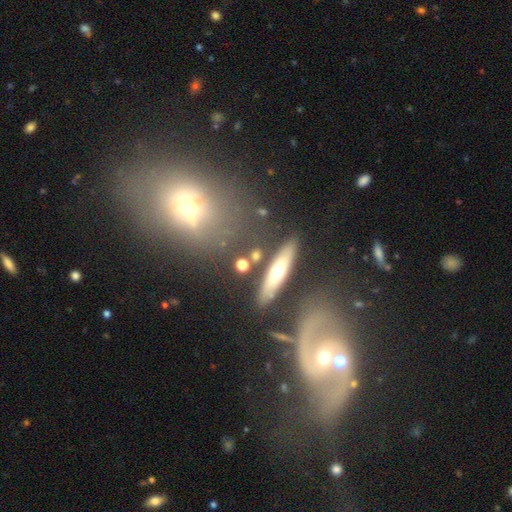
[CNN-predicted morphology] smooth-or-featured: smooth: 62% | featured or disk: 26% | star or artifact: 12%
  how-rounded: cigar-shaped: 44% | round: 29% | in between: 27%
  merging: none: 79% | minor disturbance: 10% | merger: 8% | major disturbance: 4%